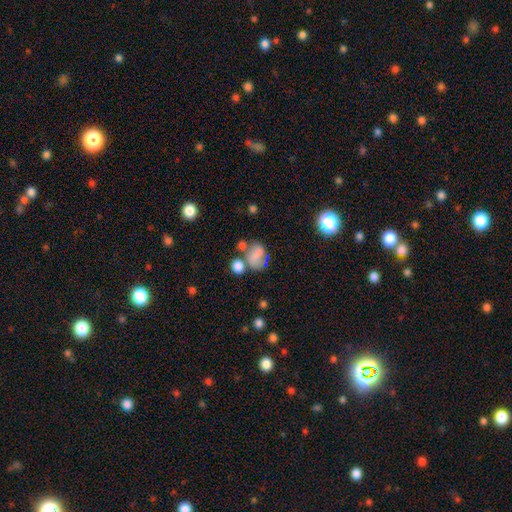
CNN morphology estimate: Smooth or featured? Predicted: smooth (p=0.61). How rounded? Predicted: in between (p=0.59). Merging? Predicted: none (p=0.32).